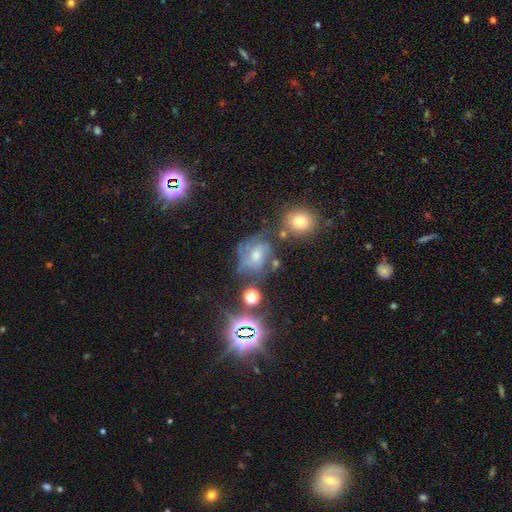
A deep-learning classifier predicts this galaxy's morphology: A featured or disk galaxy (52%) with no bar (66%), spiral arms (76%) and a moderate central bulge (50%).

Vote fractions:
- Smooth or featured? featured or disk: 52% / smooth: 26% / star or artifact: 22%
- Edge-on disk? no: 97% / yes: 3%
- Bar? no: 66% / weak: 28% / strong: 6%
- Spiral arms? yes: 76% / no: 24%
- Bulge size? moderate: 50% / small: 29% / large: 9% / none: 9% / dominant: 2%
- Merging? none: 43% / major disturbance: 25% / minor disturbance: 22% / merger: 11%